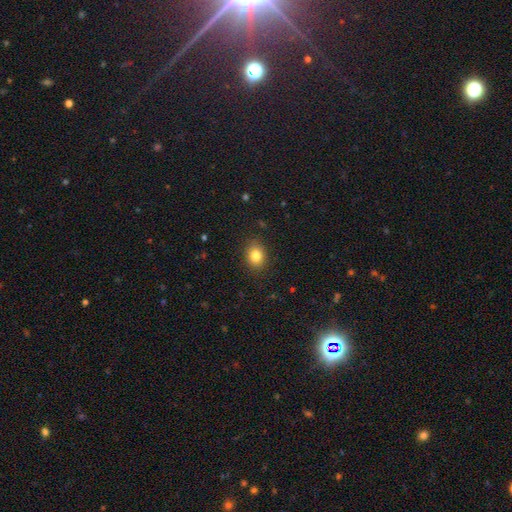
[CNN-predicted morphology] smooth_or_featured: smooth (p=0.83) [alt: star or artifact p=0.10]
how_rounded: in between (p=0.52) [alt: round p=0.47]
merging: none (p=0.87) [alt: minor disturbance p=0.09]